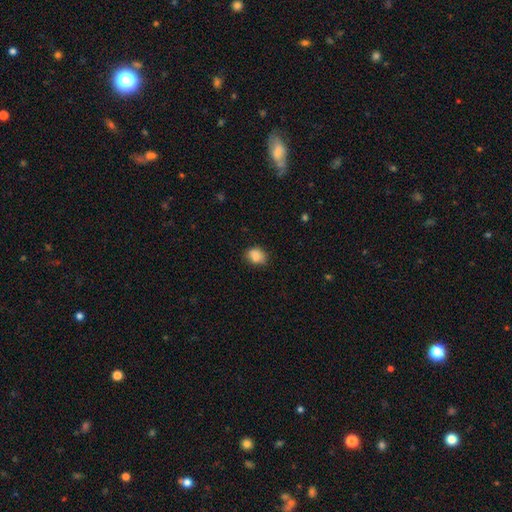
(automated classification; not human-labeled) The model was most divided on "how rounded": in between: 57%, round: 42%, cigar-shaped: 1%. More confident: smooth or featured — smooth (86%); merging — none (70%).